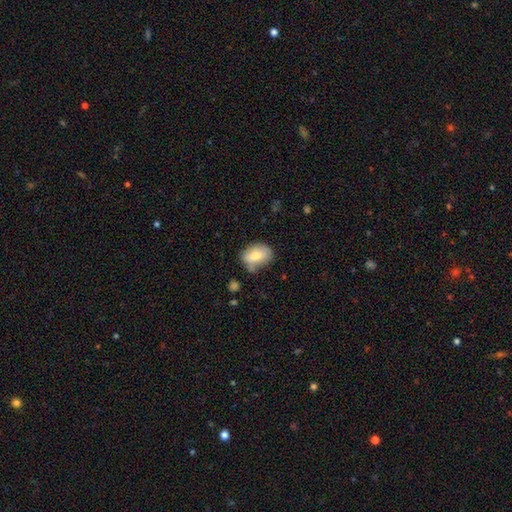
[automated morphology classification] A smooth galaxy with no disk features (74%) that is in between round and cigar-shaped (80%). Merging: none (58%).